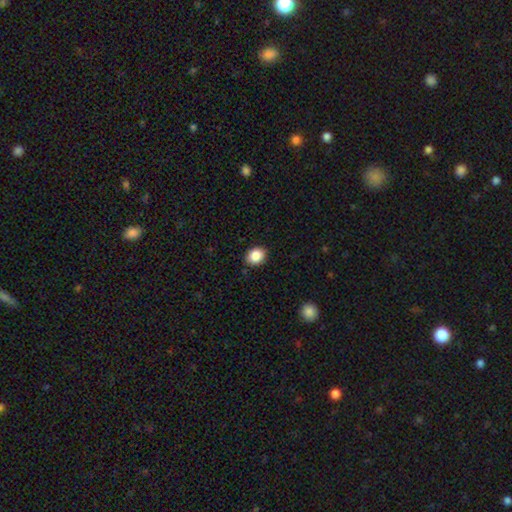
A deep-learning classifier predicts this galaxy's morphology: smooth 87%, star or artifact 9%, featured or disk 4%. Down the decision tree: how rounded — round (51%); merging — none (89%).